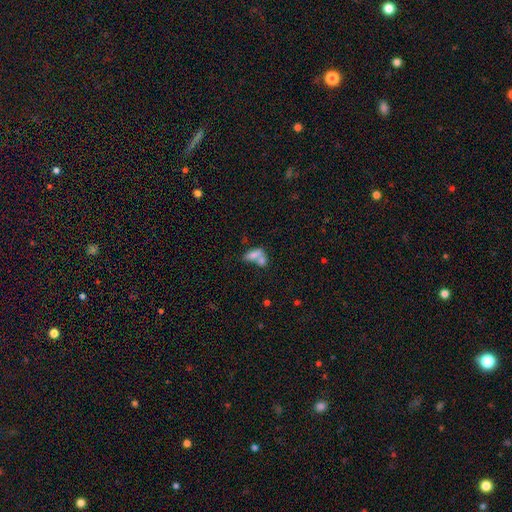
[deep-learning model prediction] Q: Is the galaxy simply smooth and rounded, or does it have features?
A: smooth — 70%.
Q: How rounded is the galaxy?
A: in between — 81%.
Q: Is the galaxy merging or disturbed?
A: merger — 65%.